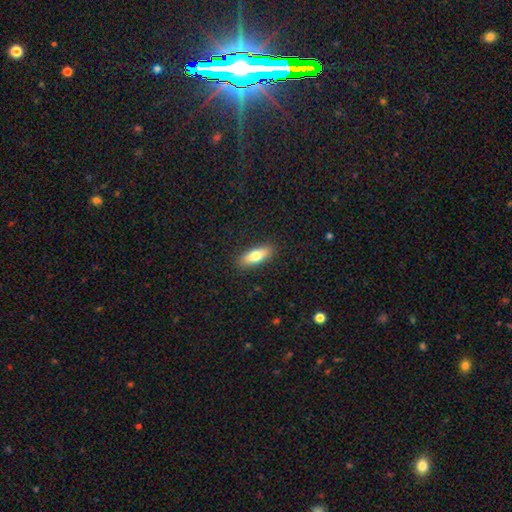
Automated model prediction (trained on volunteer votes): smooth_or_featured: smooth (p=0.74) [alt: featured or disk p=0.20]
how_rounded: in between (p=0.66) [alt: cigar-shaped p=0.31]
merging: none (p=0.89) [alt: minor disturbance p=0.08]